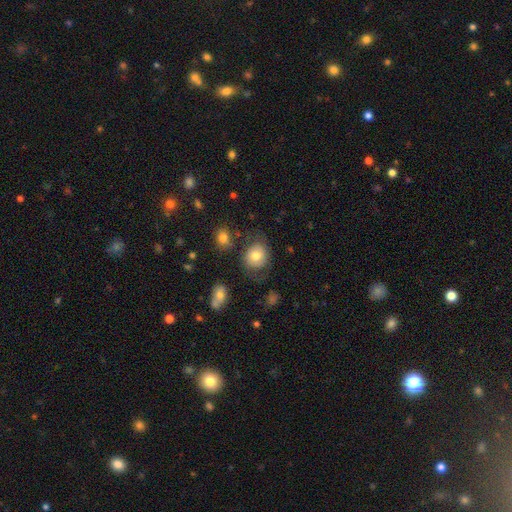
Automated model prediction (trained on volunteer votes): This is likely a smooth galaxy (69%). How rounded: likely round (68%). Merging: likely none (64%).